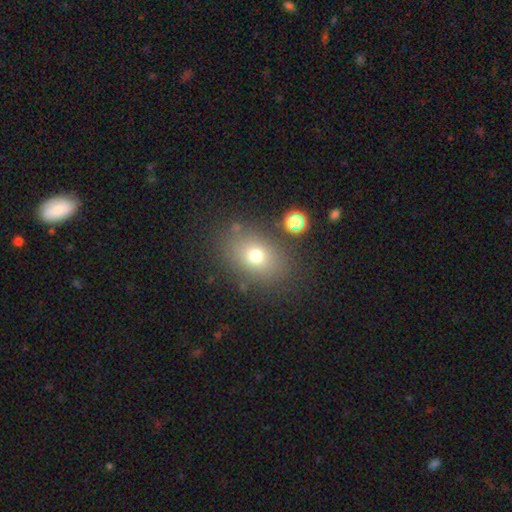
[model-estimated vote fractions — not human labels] smooth 71%, star or artifact 16%, featured or disk 13%. Down the decision tree: how rounded — in between (65%); merging — none (78%).